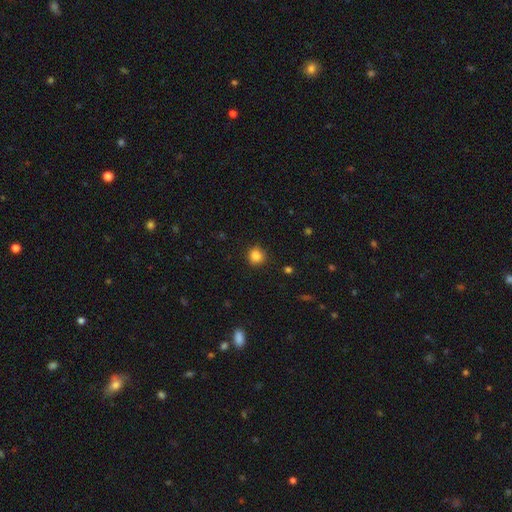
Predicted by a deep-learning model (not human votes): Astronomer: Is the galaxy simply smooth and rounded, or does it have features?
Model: smooth — 85%.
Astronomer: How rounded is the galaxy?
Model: round — 88%.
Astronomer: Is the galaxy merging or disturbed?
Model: none — 85%.